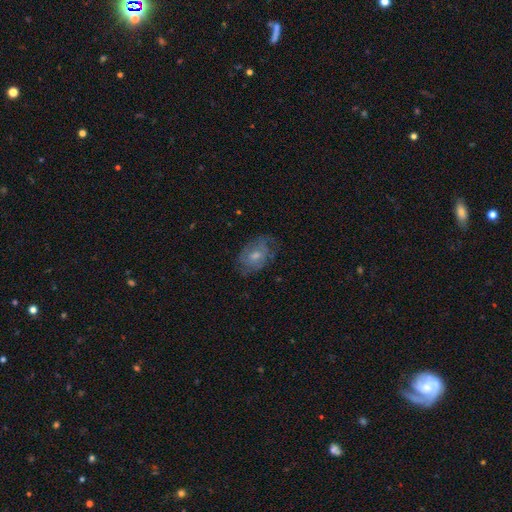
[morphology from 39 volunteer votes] smooth-or-featured: featured or disk: 69% | smooth: 23% | star or artifact: 8%
  disk-edge-on: no: 93% | yes: 7%
    bar: no: 72% | weak: 28% | strong: 0%
    has-spiral-arms: yes: 56% | no: 44%
      spiral-winding: tight: 57% | medium: 36% | loose: 7%
      spiral-arm-count: 2: 43% | can't tell: 36% | 4: 14% | 1: 7% | 3: 0% | more than 4: 0%
    bulge-size: moderate: 60% | small: 36% | large: 4% | dominant: 0% | none: 0%
  merging: none: 58% | minor disturbance: 25% | major disturbance: 14% | merger: 3%